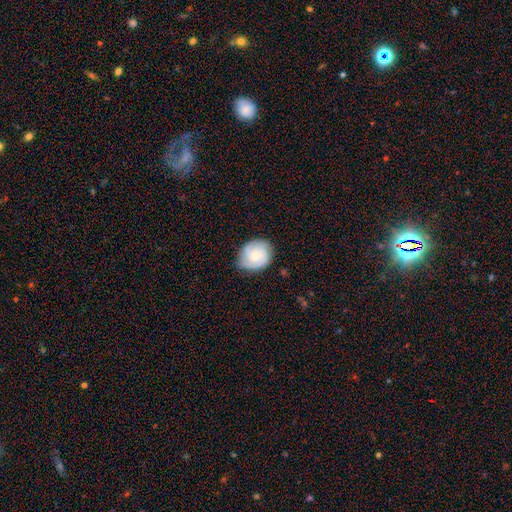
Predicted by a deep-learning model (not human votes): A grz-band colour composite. It shows a featured or disk galaxy (66%) with no bar (74%), 3 (40%) tight (60%) spiral arms (95%) and a small central bulge (54%). Merging: none (78%).